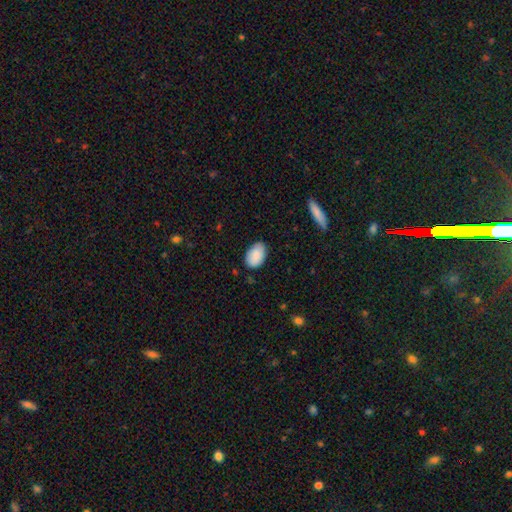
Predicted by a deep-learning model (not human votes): Smooth or featured? smooth (88%)
How rounded? in between (90%)
Merging? none (78%)